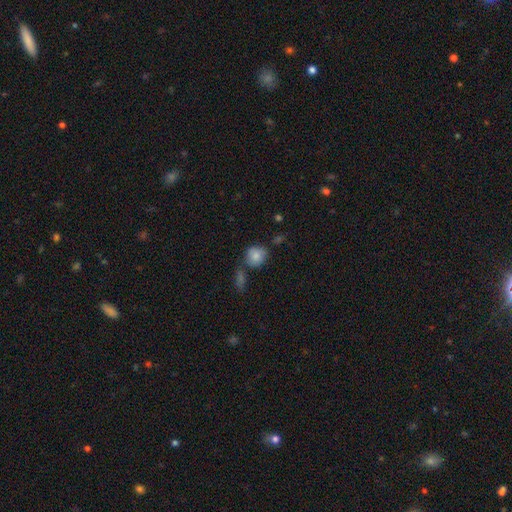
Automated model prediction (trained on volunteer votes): A smooth galaxy with no disk features (83%) that is round (74%).

Vote fractions:
- Smooth or featured? smooth: 83% / star or artifact: 9% / featured or disk: 8%
- How rounded? round: 74% / in between: 25% / cigar-shaped: 1%
- Merging? none: 60% / minor disturbance: 19% / merger: 15% / major disturbance: 5%